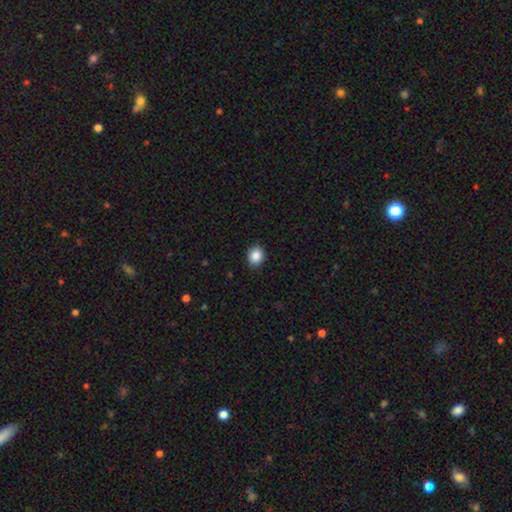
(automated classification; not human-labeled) smooth 87%, star or artifact 9%, featured or disk 4%. Down the decision tree: how rounded — round (63%); merging — none (90%).